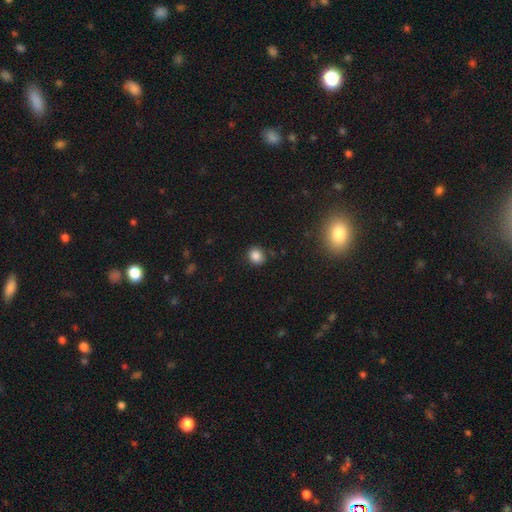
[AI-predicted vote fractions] smooth_or_featured: smooth (p=0.84) [alt: star or artifact p=0.11]
how_rounded: round (p=0.67) [alt: in between p=0.32]
merging: none (p=0.79) [alt: minor disturbance p=0.15]